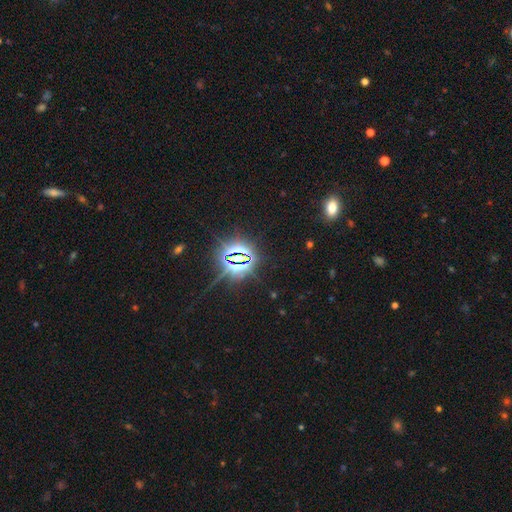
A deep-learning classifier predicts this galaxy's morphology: A star or artifact, not a galaxy (82%).

Vote fractions:
- Smooth or featured? star or artifact: 82% / smooth: 11% / featured or disk: 7%